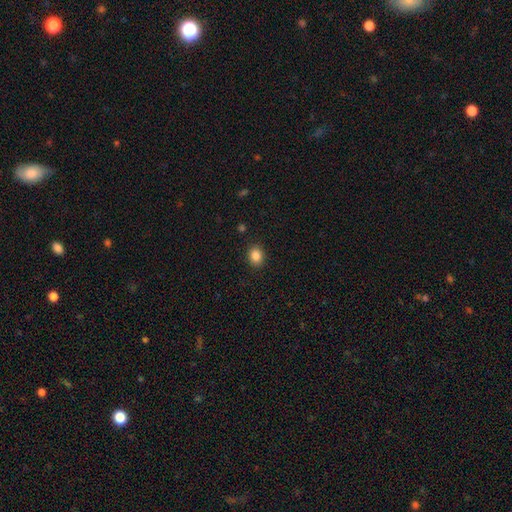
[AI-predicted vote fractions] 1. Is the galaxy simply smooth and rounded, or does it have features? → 86% smooth, 10% star or artifact, 4% featured or disk.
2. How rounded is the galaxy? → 53% round, 46% in between, 1% cigar-shaped.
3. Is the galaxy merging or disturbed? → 90% none, 7% minor disturbance, 2% major disturbance, 1% merger.